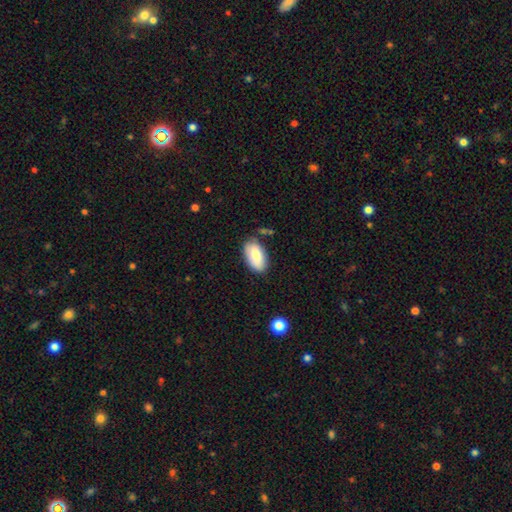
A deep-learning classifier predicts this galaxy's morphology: Smooth or featured?
  - smooth: 79% *
  - featured or disk: 14%
  - star or artifact: 6%
How rounded?
  - in between: 94% *
  - cigar-shaped: 3%
  - round: 3%
Merging?
  - none: 74% *
  - minor disturbance: 18%
  - merger: 4%
  - major disturbance: 4%